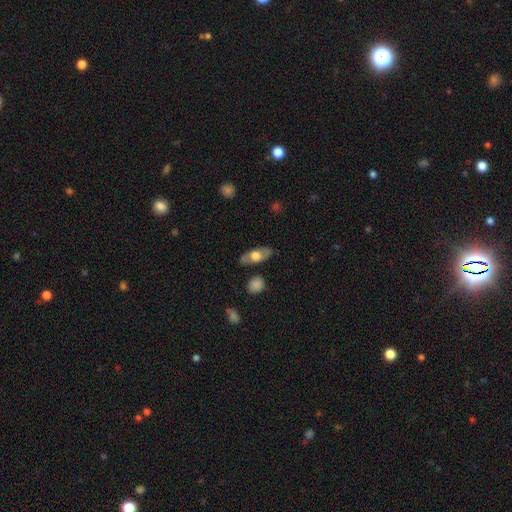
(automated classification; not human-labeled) This appears to be a smooth galaxy with no disk features (53%) that is in between round and cigar-shaped (78%). Merging: none (81%).